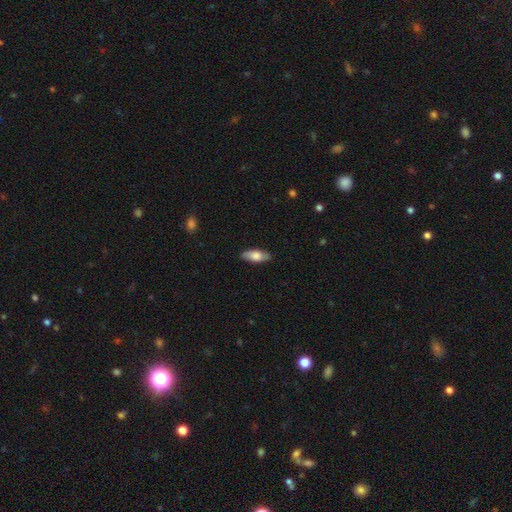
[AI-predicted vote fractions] smooth_or_featured: smooth (p=0.68) [alt: featured or disk p=0.26]
how_rounded: in between (p=0.77) [alt: cigar-shaped p=0.20]
merging: none (p=0.87) [alt: minor disturbance p=0.10]